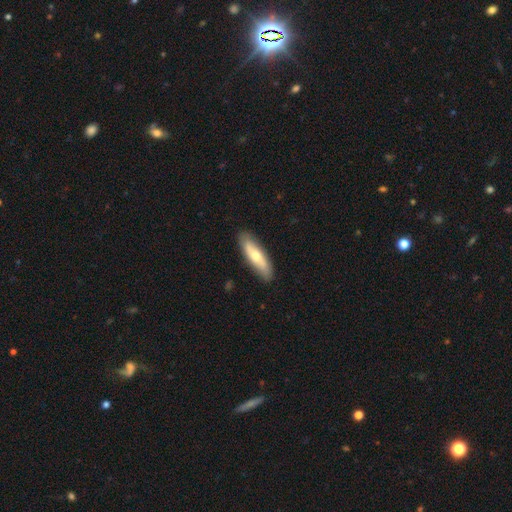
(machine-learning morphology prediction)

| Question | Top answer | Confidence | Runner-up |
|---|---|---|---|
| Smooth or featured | smooth | 60% | featured or disk (35%) |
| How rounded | cigar-shaped | 56% | in between (42%) |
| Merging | none | 86% | minor disturbance (11%) |